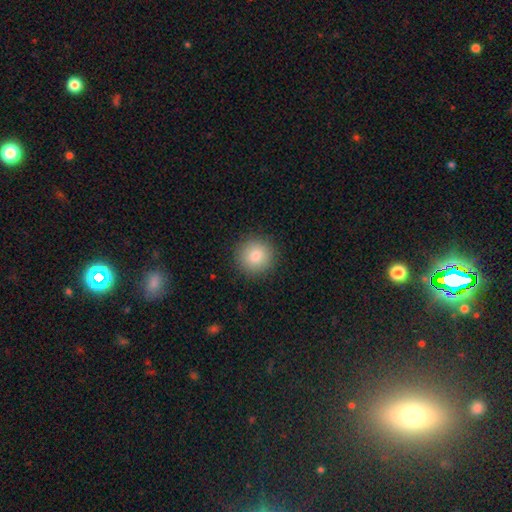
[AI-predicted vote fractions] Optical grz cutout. It shows a smooth galaxy with no disk features (83%) that is round (94%). Merging: none (92%).